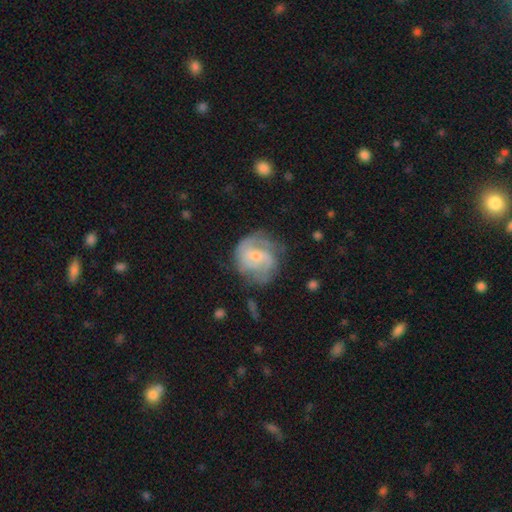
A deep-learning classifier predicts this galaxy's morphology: Overall: featured or disk (75%). Edge-on disk: no (98%). Bar: no (47%; weak 43%). Spiral arms: yes (90%). Spiral arm count: 2 (58%; can't tell 20%). Spiral winding: medium (44%; tight 37%). Bulge size: small (65%; moderate 29%). Merging: none (61%; minor disturbance 23%).